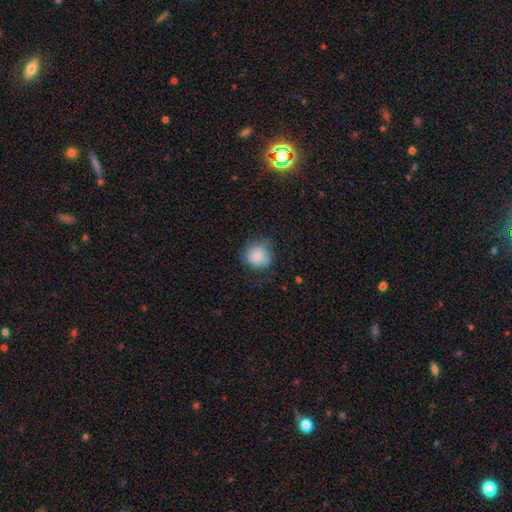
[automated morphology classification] Q: Smooth or featured?
A: smooth (81%); runner-up: featured or disk (11%)
Q: How rounded?
A: round (86%); runner-up: in between (13%)
Q: Merging?
A: none (65%); runner-up: minor disturbance (23%)